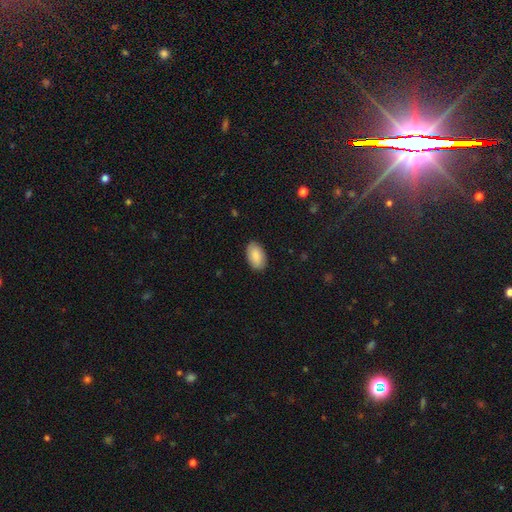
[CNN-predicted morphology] smooth 89%, star or artifact 6%, featured or disk 5%. Down the decision tree: how rounded — in between (95%); merging — none (87%).